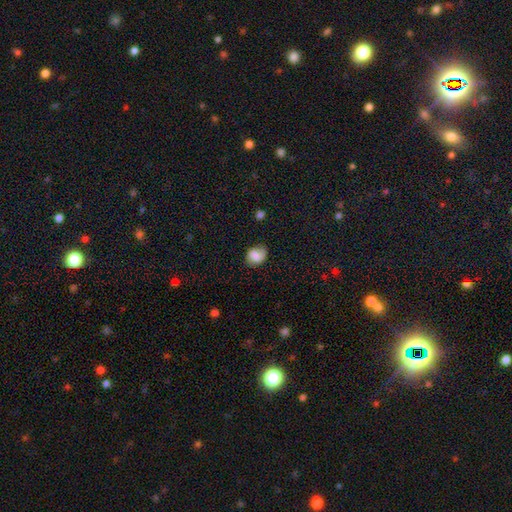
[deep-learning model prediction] Smooth or featured? Predicted: smooth (p=0.57). How rounded? Predicted: round (p=0.53). Merging? Predicted: none (p=0.66).